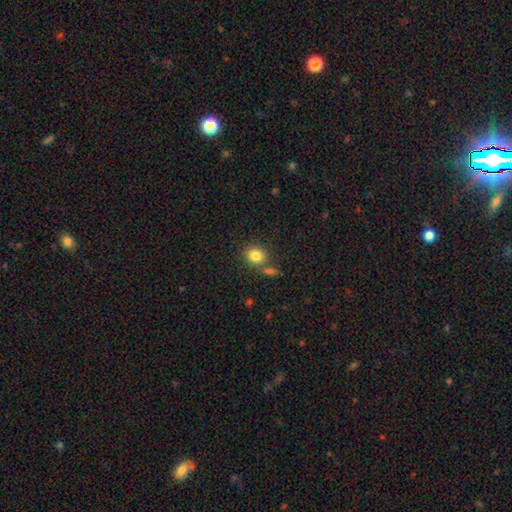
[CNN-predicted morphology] smooth 83%, star or artifact 10%, featured or disk 7%. Down the decision tree: how rounded — round (65%); merging — none (66%).